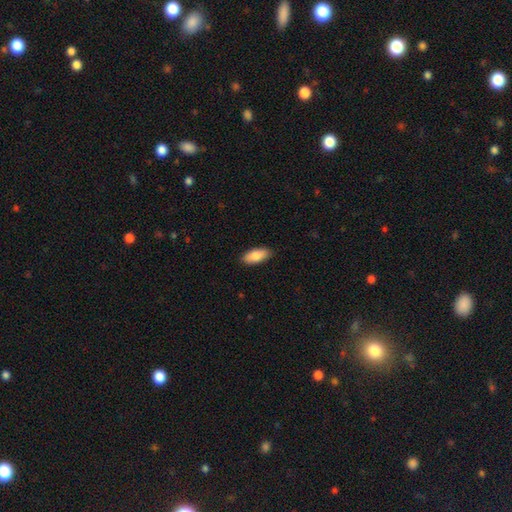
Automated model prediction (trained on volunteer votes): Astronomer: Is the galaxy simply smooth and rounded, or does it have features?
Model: smooth — 85%.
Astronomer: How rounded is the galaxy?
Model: in between — 87%.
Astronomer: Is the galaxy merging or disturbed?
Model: none — 89%.